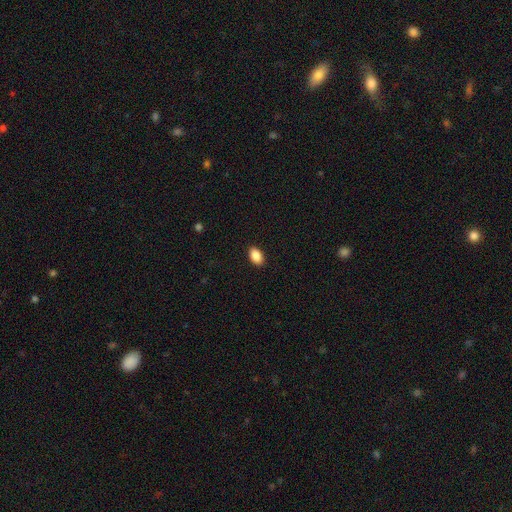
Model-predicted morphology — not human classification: Q: Smooth or featured?
A: smooth (88%); runner-up: star or artifact (8%)
Q: How rounded?
A: in between (91%); runner-up: round (8%)
Q: Merging?
A: none (91%); runner-up: minor disturbance (7%)